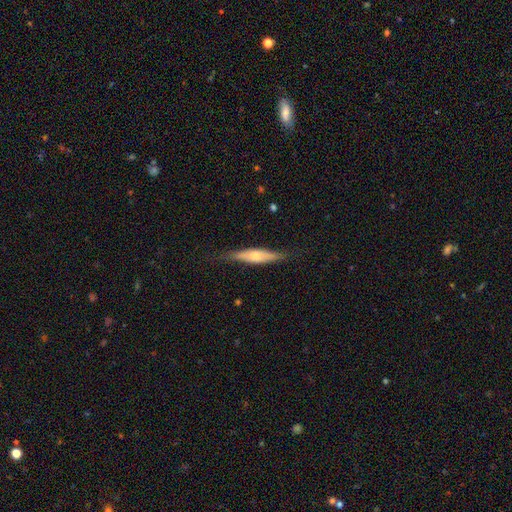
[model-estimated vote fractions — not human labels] This is possibly a featured or disk galaxy (53%). It is clearly viewed edge-on (88%). Merging: likely none (77%).